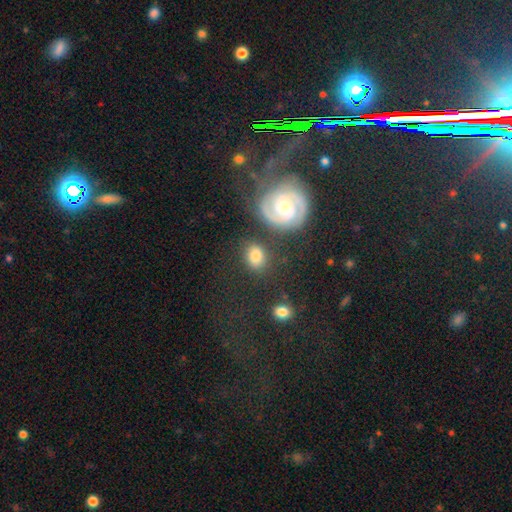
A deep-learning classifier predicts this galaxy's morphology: smooth 63%, featured or disk 27%, star or artifact 10%. Down the decision tree: how rounded — in between (57%); merging — none (77%).